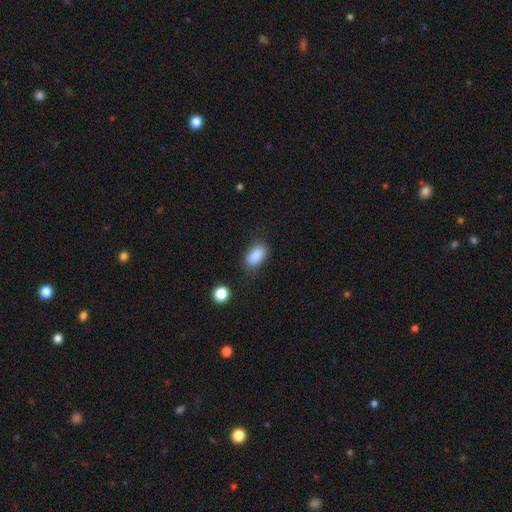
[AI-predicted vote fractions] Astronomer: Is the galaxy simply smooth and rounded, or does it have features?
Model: smooth — 87%.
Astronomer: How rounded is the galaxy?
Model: in between — 90%.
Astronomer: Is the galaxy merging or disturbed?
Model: none — 75%.